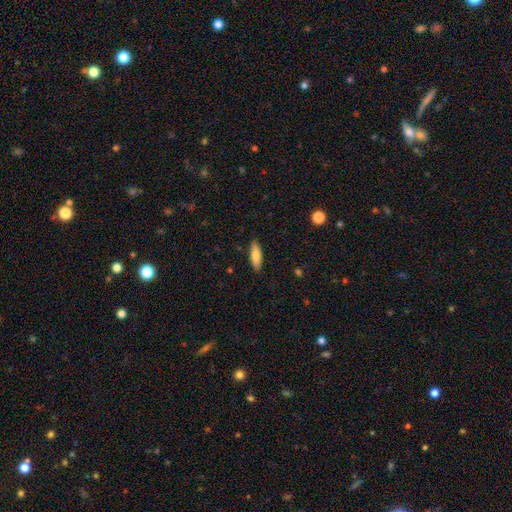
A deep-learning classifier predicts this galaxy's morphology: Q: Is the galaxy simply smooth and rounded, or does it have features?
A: smooth — 80%.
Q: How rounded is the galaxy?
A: in between — 52%.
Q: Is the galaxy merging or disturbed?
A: none — 87%.